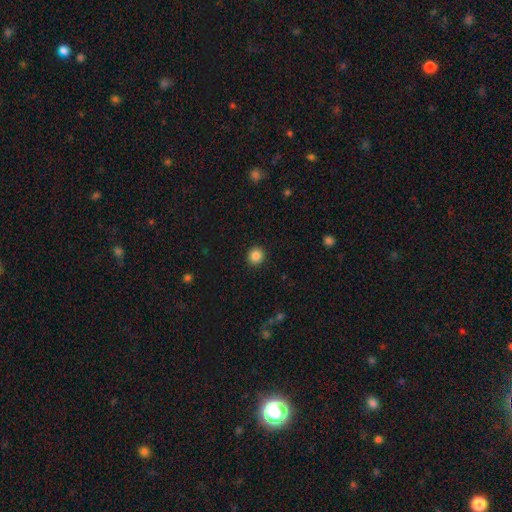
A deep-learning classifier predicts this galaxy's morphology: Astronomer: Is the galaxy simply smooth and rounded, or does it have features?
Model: smooth — 86%.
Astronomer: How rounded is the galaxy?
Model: round — 90%.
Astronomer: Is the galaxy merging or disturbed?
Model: none — 92%.